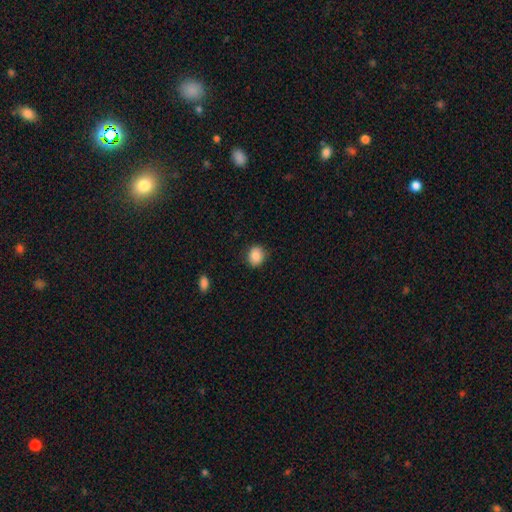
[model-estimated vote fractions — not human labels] The model was most divided on "how rounded": round: 70%, in between: 29%, cigar-shaped: 1%. More confident: smooth or featured — smooth (87%); merging — none (86%).